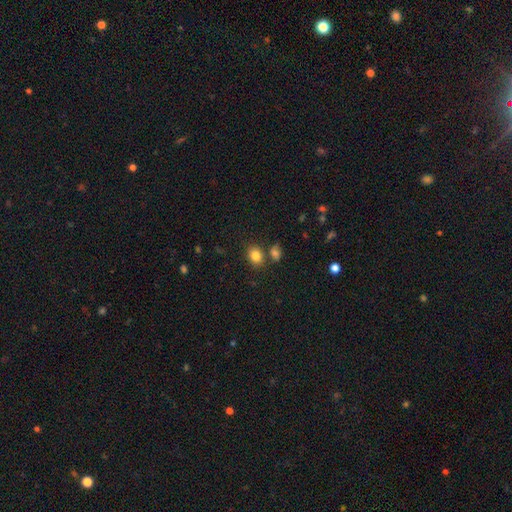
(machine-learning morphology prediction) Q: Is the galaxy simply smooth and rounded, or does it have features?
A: smooth — 82%.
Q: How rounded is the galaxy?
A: in between — 50%.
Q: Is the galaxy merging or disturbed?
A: none — 73%.